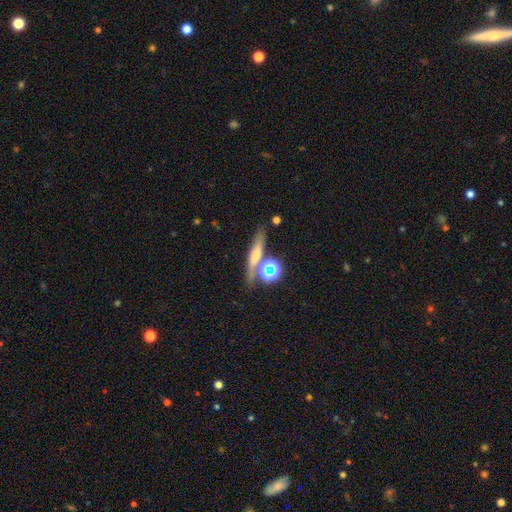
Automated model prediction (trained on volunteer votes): Smooth or featured: smooth — 45% (featured or disk — 32%)
Merging: none — 67% (merger — 15%)